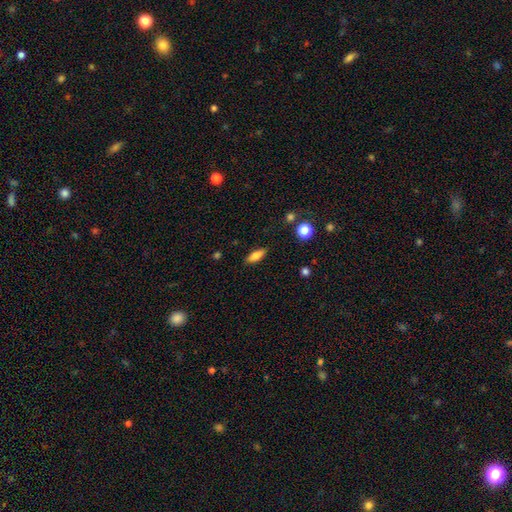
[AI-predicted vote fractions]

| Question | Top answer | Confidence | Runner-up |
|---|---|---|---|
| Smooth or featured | smooth | 77% | featured or disk (15%) |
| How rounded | in between | 69% | cigar-shaped (28%) |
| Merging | none | 86% | minor disturbance (10%) |